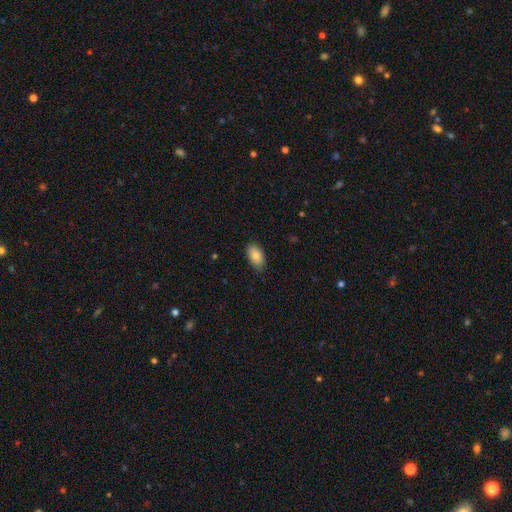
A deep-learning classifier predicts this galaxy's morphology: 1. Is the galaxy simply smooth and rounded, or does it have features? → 85% smooth, 8% featured or disk, 7% star or artifact.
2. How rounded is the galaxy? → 93% in between, 5% round, 2% cigar-shaped.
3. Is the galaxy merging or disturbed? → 83% none, 14% minor disturbance, 2% major disturbance, 1% merger.